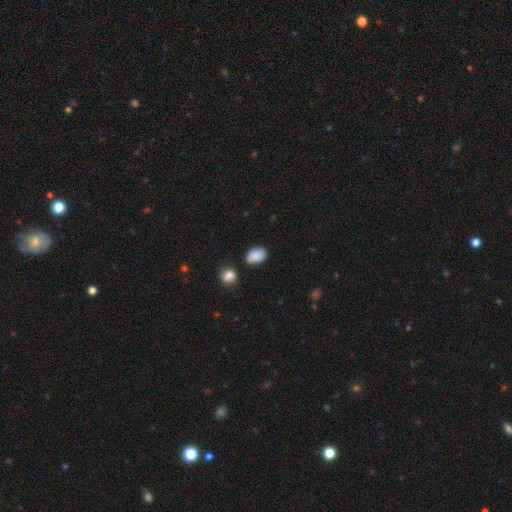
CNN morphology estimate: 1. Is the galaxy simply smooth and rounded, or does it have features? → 86% smooth, 8% star or artifact, 6% featured or disk.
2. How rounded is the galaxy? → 85% in between, 13% round, 1% cigar-shaped.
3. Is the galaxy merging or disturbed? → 74% none, 17% minor disturbance, 6% merger, 3% major disturbance.